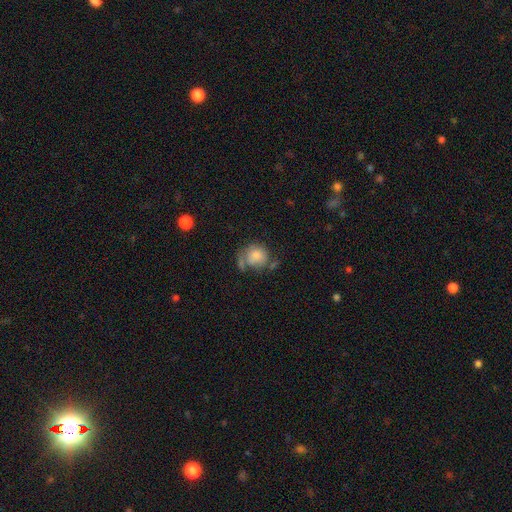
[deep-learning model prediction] A smooth galaxy with no disk features (72%) that is round (77%).

Vote fractions:
- Smooth or featured? smooth: 72% / featured or disk: 18% / star or artifact: 10%
- How rounded? round: 77% / in between: 22% / cigar-shaped: 1%
- Merging? none: 45% / minor disturbance: 24% / merger: 17% / major disturbance: 14%